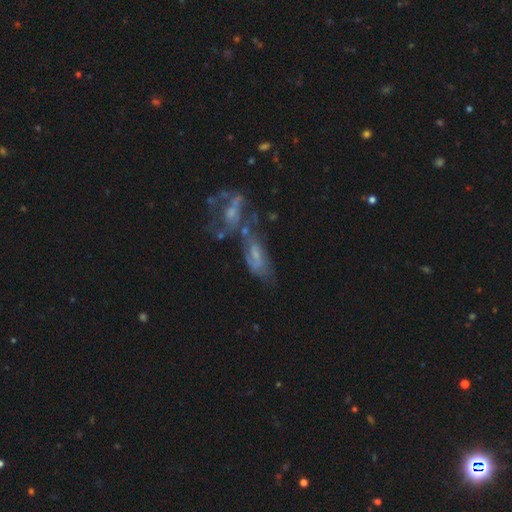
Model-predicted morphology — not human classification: Smooth or featured? Predicted: featured or disk (p=0.56). Edge-on disk? Predicted: no (p=0.89). Bar? Predicted: no (p=0.51). Spiral arms? Predicted: yes (p=0.57). Bulge size? Predicted: small (p=0.40). Merging? Predicted: merger (p=0.43).